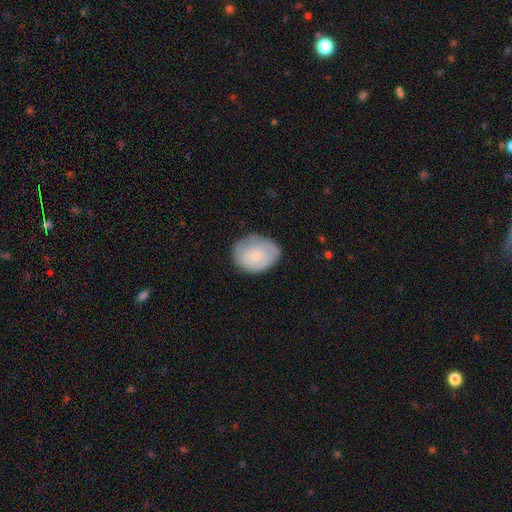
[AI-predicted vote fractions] smooth 60%, featured or disk 33%, star or artifact 6%. Down the decision tree: how rounded — round (51%); merging — none (71%).